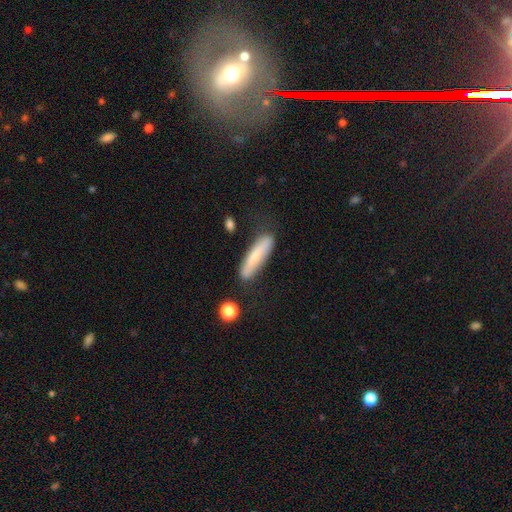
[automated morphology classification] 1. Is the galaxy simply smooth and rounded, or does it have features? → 67% smooth, 27% featured or disk, 7% star or artifact.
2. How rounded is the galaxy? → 78% cigar-shaped, 21% in between, 2% round.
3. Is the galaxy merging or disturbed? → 72% none, 19% minor disturbance, 5% major disturbance, 4% merger.